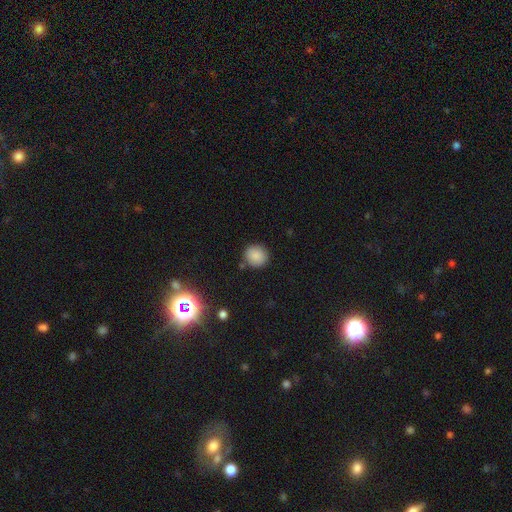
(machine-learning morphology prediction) Q: Smooth or featured?
A: smooth (85%); runner-up: star or artifact (11%)
Q: How rounded?
A: round (88%); runner-up: in between (11%)
Q: Merging?
A: none (86%); runner-up: minor disturbance (9%)